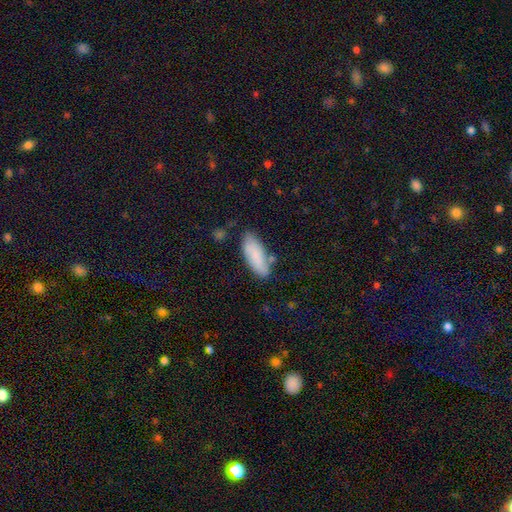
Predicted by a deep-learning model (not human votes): Smooth or featured: smooth — 82% (featured or disk — 12%)
How rounded: in between — 73% (cigar-shaped — 26%)
Merging: none — 72% (minor disturbance — 19%)